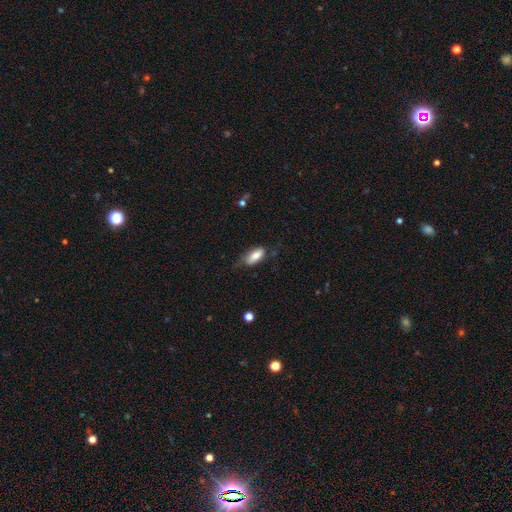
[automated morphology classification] smooth 75%, featured or disk 18%, star or artifact 7%. Down the decision tree: how rounded — in between (84%); merging — none (52%).